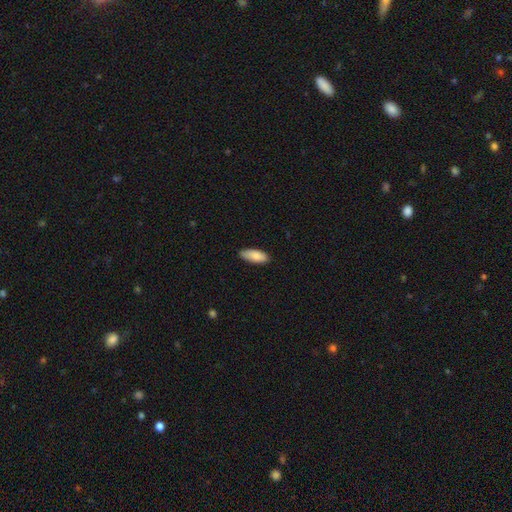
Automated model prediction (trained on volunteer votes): This appears to be a smooth galaxy with no disk features (85%) that is in between round and cigar-shaped (78%). Merging: none (83%).